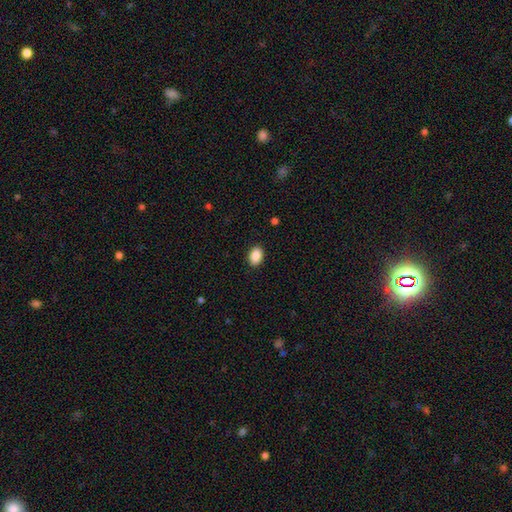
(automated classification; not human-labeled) This is clearly a smooth galaxy (89%). How rounded: clearly in between (84%). Merging: clearly none (89%).